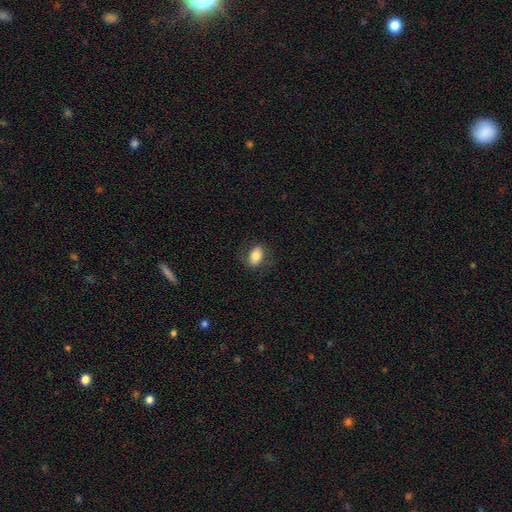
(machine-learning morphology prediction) smooth_or_featured: smooth (p=0.76) [alt: featured or disk p=0.17]
how_rounded: in between (p=0.88) [alt: round p=0.09]
merging: none (p=0.74) [alt: minor disturbance p=0.17]